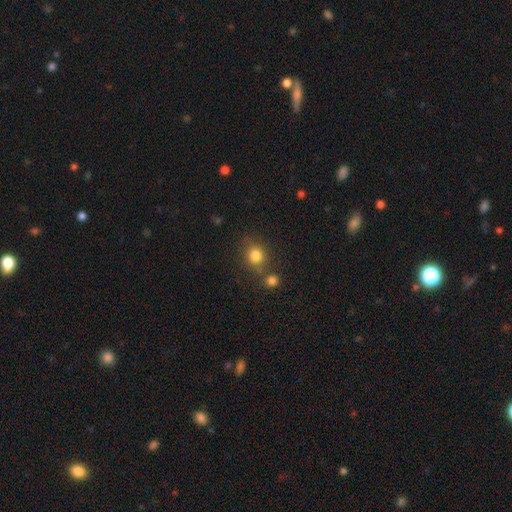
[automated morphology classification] The model was most divided on "merging": none: 68%, merger: 15%, minor disturbance: 13%, major disturbance: 5%. More confident: smooth or featured — smooth (81%); how rounded — round (77%).